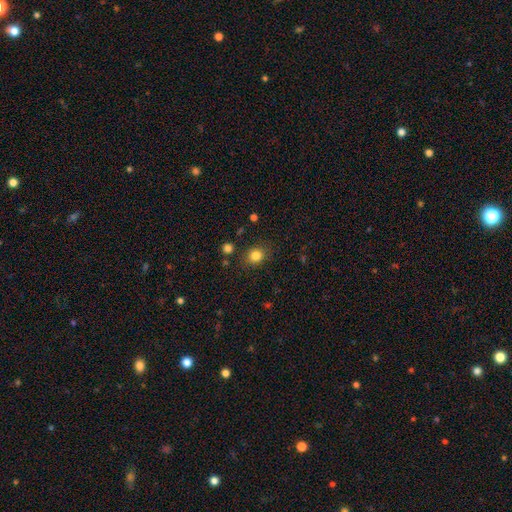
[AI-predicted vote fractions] smooth_or_featured: smooth (p=0.83) [alt: star or artifact p=0.12]
how_rounded: round (p=0.69) [alt: in between p=0.30]
merging: none (p=0.85) [alt: minor disturbance p=0.10]